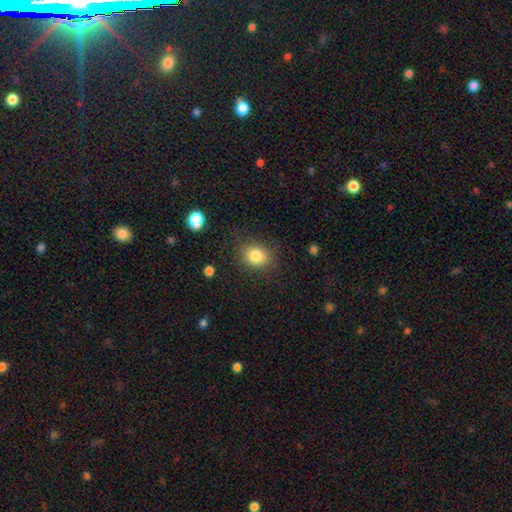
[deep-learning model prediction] smooth 82%, star or artifact 10%, featured or disk 8%. Down the decision tree: how rounded — round (53%); merging — none (81%).